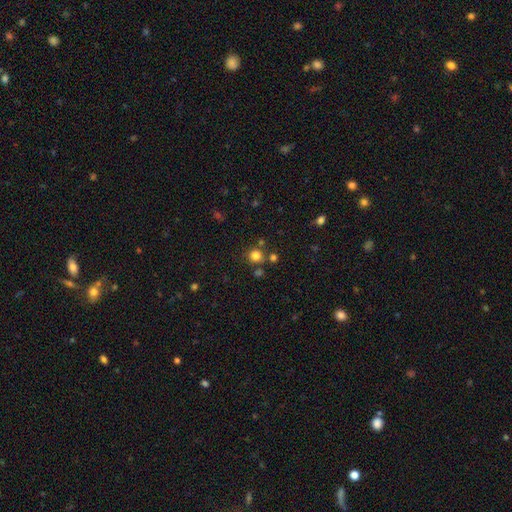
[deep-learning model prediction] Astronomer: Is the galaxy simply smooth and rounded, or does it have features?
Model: smooth — 80%.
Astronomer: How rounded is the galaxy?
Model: round — 90%.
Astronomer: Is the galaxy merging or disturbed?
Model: none — 77%.